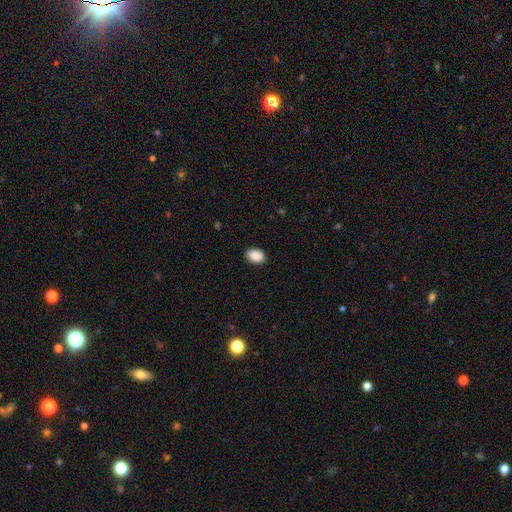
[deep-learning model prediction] Smooth or featured? Predicted: smooth (p=0.90). How rounded? Predicted: in between (p=0.84). Merging? Predicted: none (p=0.88).